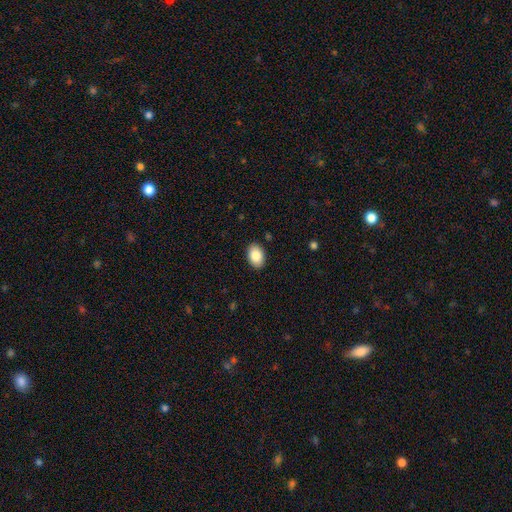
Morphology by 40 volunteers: smooth 88%, star or artifact 8%, featured or disk 5%. Down the decision tree: how rounded — in between (91%); merging — none (92%).